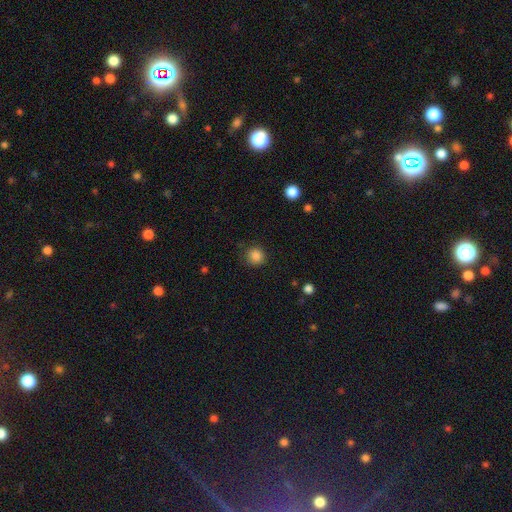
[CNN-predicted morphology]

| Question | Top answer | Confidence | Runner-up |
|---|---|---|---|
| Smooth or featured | smooth | 86% | star or artifact (11%) |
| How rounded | round | 91% | in between (8%) |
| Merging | none | 86% | minor disturbance (10%) |